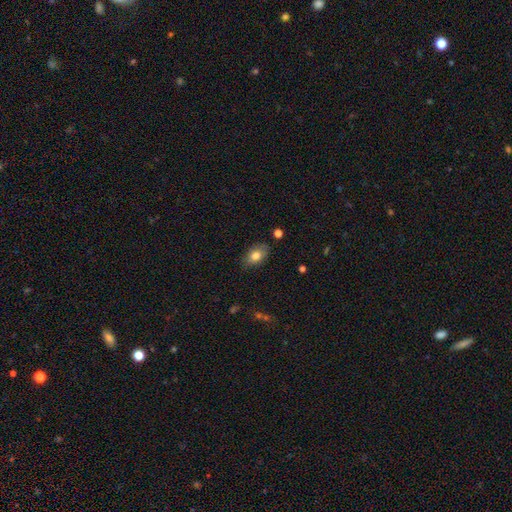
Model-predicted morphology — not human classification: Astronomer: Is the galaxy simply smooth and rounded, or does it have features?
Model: smooth — 78%.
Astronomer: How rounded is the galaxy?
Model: in between — 86%.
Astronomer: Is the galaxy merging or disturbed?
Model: none — 76%.